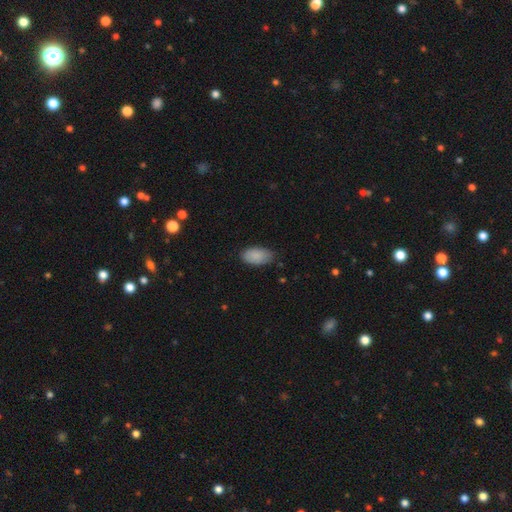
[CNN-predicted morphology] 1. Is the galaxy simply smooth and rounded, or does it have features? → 88% smooth, 6% star or artifact, 6% featured or disk.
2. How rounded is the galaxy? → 94% in between, 3% round, 2% cigar-shaped.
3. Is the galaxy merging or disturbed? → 75% none, 21% minor disturbance, 3% major disturbance, 1% merger.